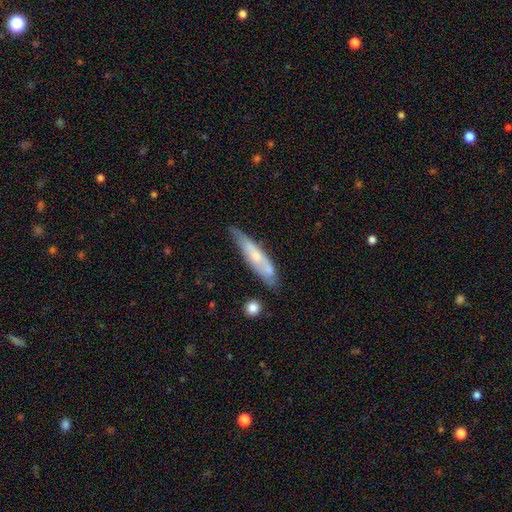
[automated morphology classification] This appears to be a smooth galaxy with no disk features (48%). Merging: none (58%).